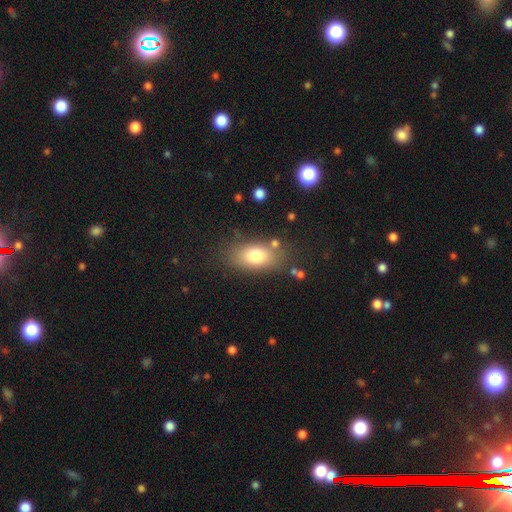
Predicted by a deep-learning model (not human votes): Q: Smooth or featured?
A: smooth (77%); runner-up: featured or disk (14%)
Q: How rounded?
A: in between (86%); runner-up: round (10%)
Q: Merging?
A: none (77%); runner-up: minor disturbance (13%)